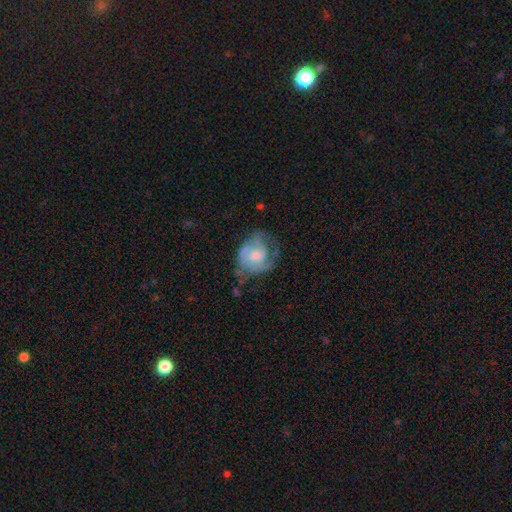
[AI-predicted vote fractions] featured or disk 73%, smooth 21%, star or artifact 6%. Down the decision tree: edge-on disk — no (98%); bar — no (69%); spiral arms — yes (87%); spiral arm count — 2 (49%); spiral winding — tight (50%); bulge size — moderate (44%); merging — none (48%).